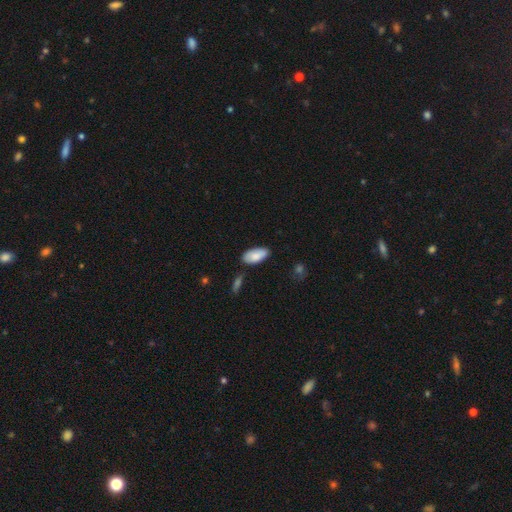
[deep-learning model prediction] This is clearly a smooth galaxy (85%). How rounded: clearly in between (93%). Merging: likely none (78%).